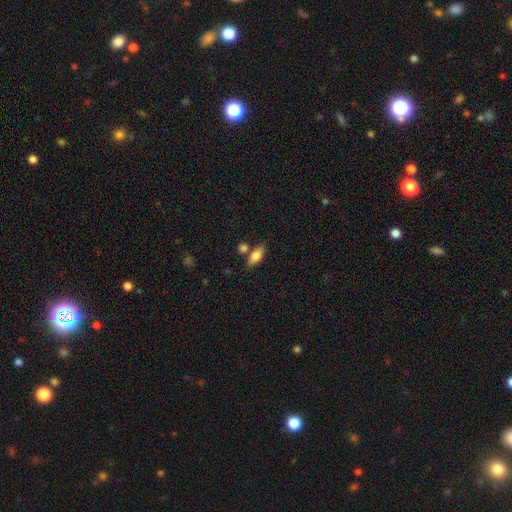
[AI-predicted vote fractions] smooth_or_featured: smooth (p=0.79) [alt: featured or disk p=0.13]
how_rounded: in between (p=0.79) [alt: cigar-shaped p=0.17]
merging: none (p=0.68) [alt: merger p=0.15]